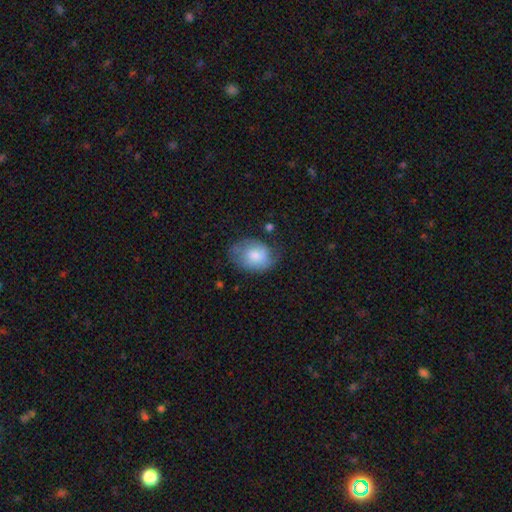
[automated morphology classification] type=smooth (72%); roundness=in between (72%); merging=none (51%).